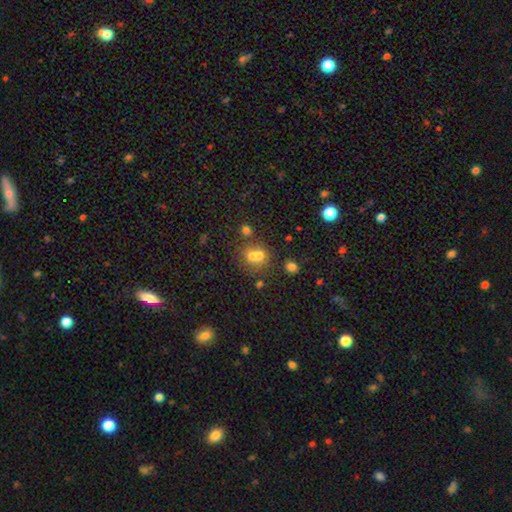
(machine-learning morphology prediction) The model was most divided on "merging": merger: 56%, none: 30%, minor disturbance: 9%, major disturbance: 5%. More confident: how rounded — round (65%); smooth or featured — smooth (64%).